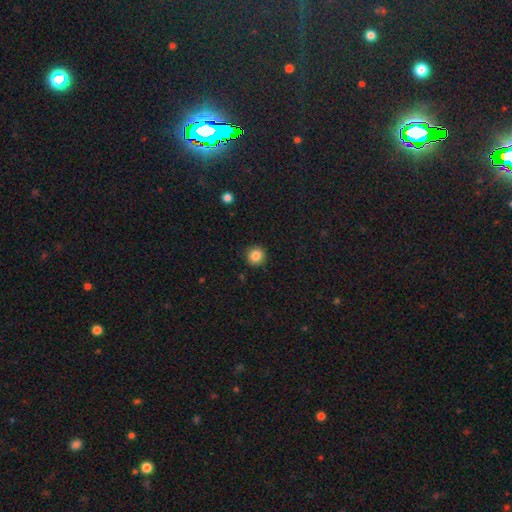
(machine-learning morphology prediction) A smooth galaxy with no disk features (85%) that is round (92%).

Vote fractions:
- Smooth or featured? smooth: 85% / star or artifact: 10% / featured or disk: 5%
- How rounded? round: 92% / in between: 7% / cigar-shaped: 1%
- Merging? none: 91% / minor disturbance: 6% / major disturbance: 2% / merger: 1%